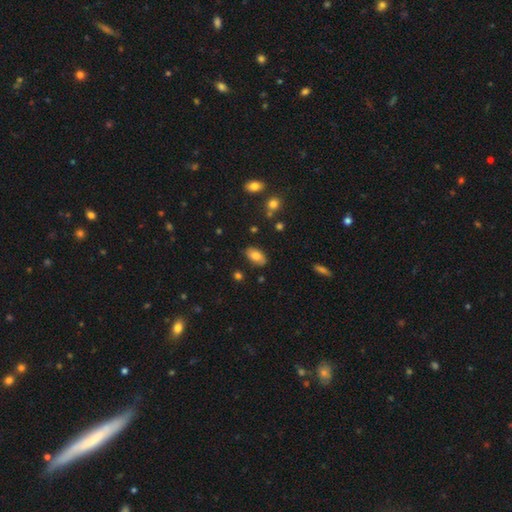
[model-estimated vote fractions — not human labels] smooth_or_featured: smooth (p=0.80) [alt: featured or disk p=0.13]
how_rounded: in between (p=0.93) [alt: round p=0.04]
merging: none (p=0.82) [alt: minor disturbance p=0.14]